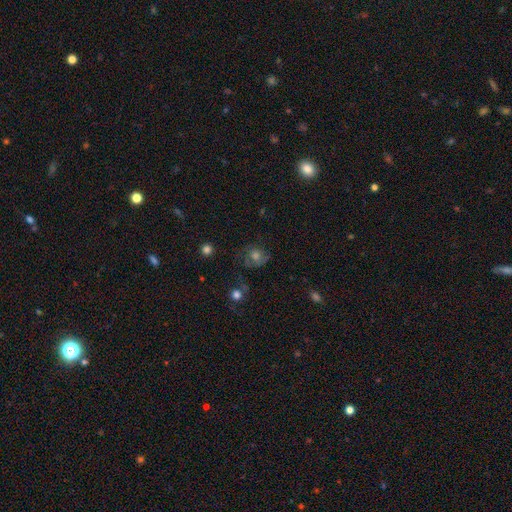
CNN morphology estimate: A smooth galaxy with no disk features (41%).

Vote fractions:
- Smooth or featured? smooth: 41% / featured or disk: 40% / star or artifact: 19%
- Merging? none: 61% / minor disturbance: 20% / major disturbance: 16% / merger: 3%